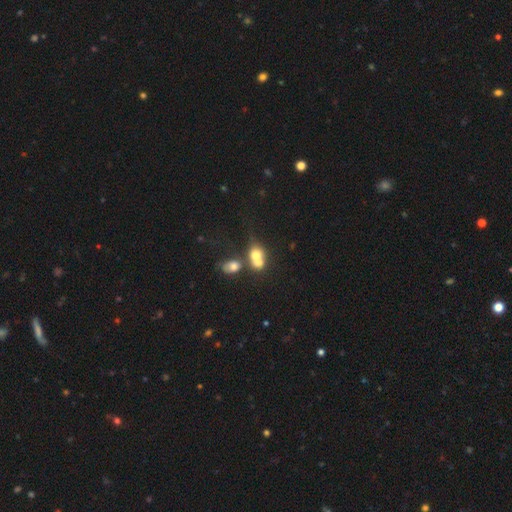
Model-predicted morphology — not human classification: Overall: smooth (68%). How rounded: in between (50%; round 48%). Merging: merger (70%).